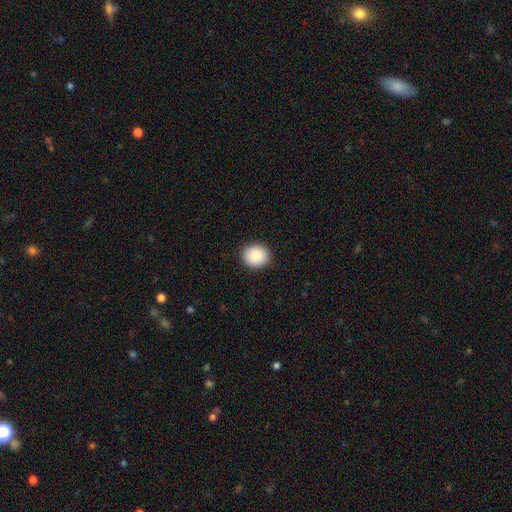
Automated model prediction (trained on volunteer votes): This is clearly a smooth galaxy (89%). How rounded: likely round (72%). Merging: clearly none (91%).